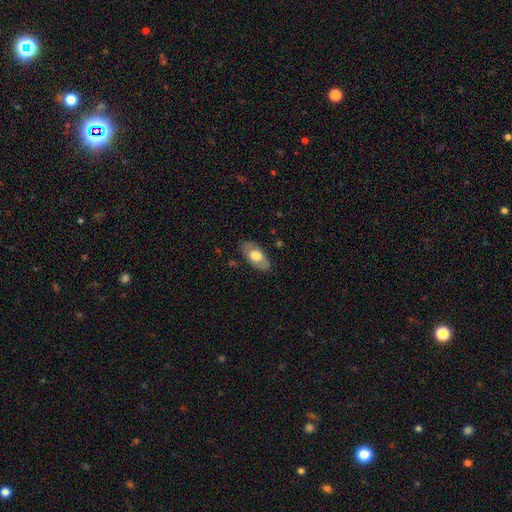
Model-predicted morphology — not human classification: This appears to be a smooth galaxy with no disk features (58%) that is in between round and cigar-shaped (92%). Merging: none (82%).